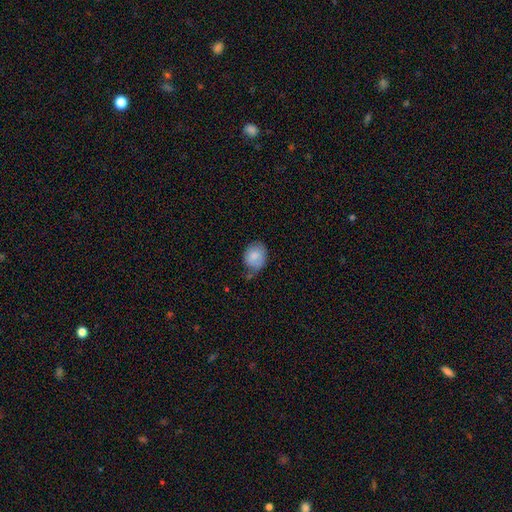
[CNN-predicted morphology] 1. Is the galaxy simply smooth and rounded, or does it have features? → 81% smooth, 11% featured or disk, 7% star or artifact.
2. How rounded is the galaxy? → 51% in between, 48% round, 1% cigar-shaped.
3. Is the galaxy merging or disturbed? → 53% none, 33% minor disturbance, 9% major disturbance, 5% merger.